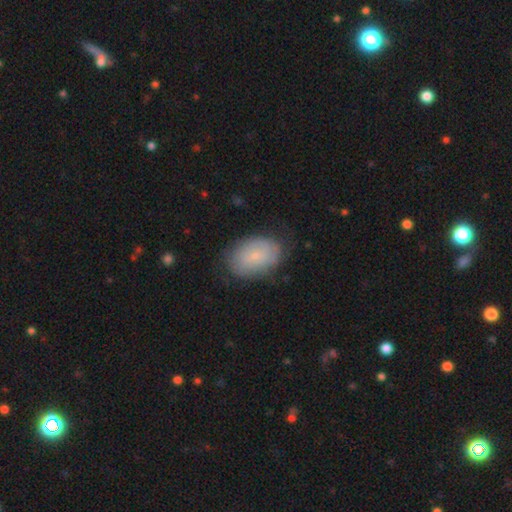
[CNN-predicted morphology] A smooth galaxy with no disk features (59%) that is in between round and cigar-shaped (86%). Merging: none (72%).